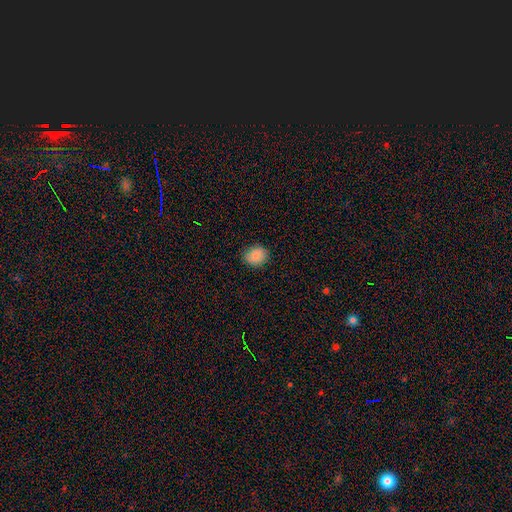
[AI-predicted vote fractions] smooth-or-featured: smooth: 88% | star or artifact: 8% | featured or disk: 4%
  how-rounded: round: 63% | in between: 36% | cigar-shaped: 1%
  merging: none: 86% | minor disturbance: 11% | major disturbance: 2% | merger: 1%